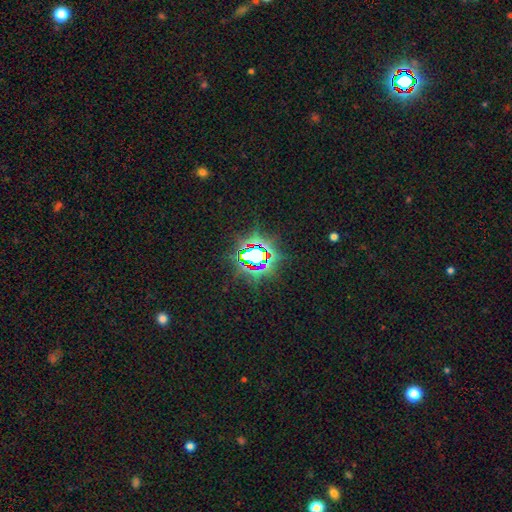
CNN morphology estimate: Q: Smooth or featured?
A: star or artifact (76%); runner-up: smooth (14%)